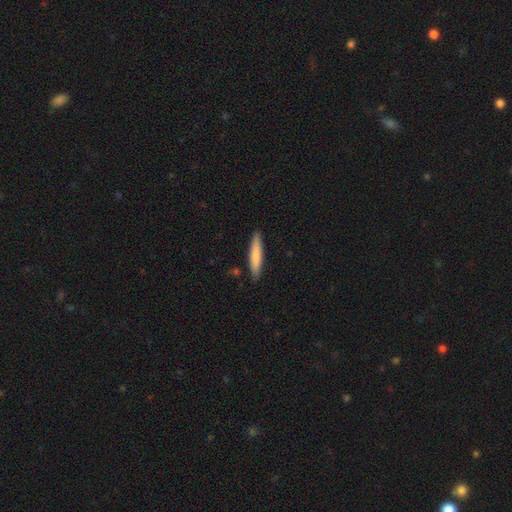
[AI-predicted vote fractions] Morphology: type=smooth (79%); roundness=cigar-shaped (88%); merging=none (87%).